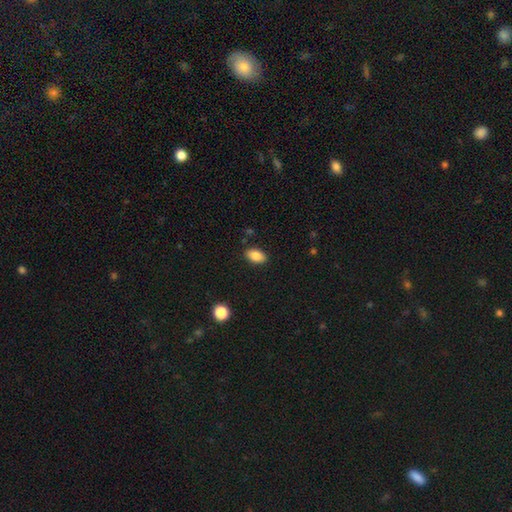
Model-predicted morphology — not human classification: smooth 86%, star or artifact 8%, featured or disk 6%. Down the decision tree: how rounded — in between (90%); merging — none (87%).